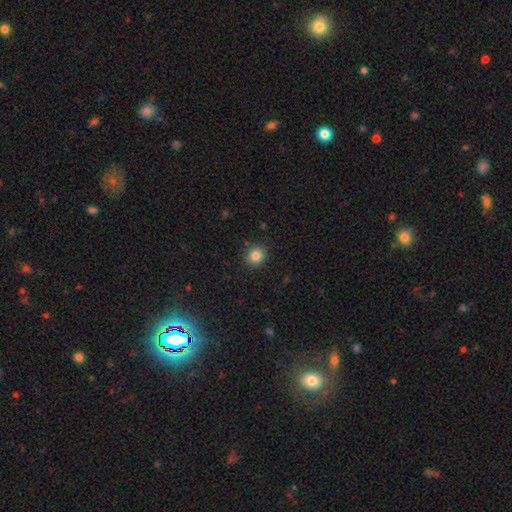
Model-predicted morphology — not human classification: smooth 84%, star or artifact 11%, featured or disk 5%. Down the decision tree: how rounded — round (85%); merging — none (90%).